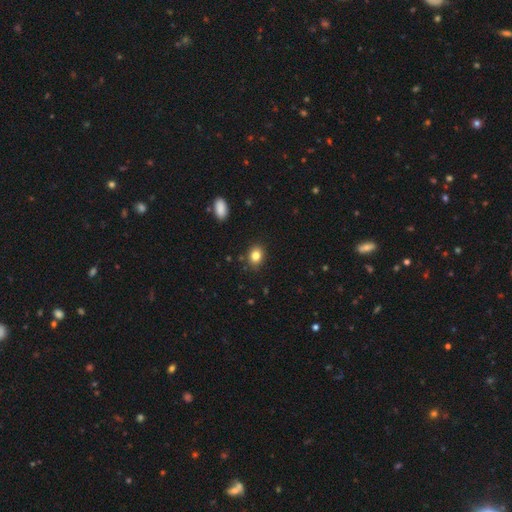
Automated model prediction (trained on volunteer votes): Smooth or featured?
  - smooth: 83% *
  - star or artifact: 10%
  - featured or disk: 7%
How rounded?
  - in between: 54% *
  - round: 45%
  - cigar-shaped: 1%
Merging?
  - none: 87% *
  - minor disturbance: 9%
  - major disturbance: 2%
  - merger: 2%